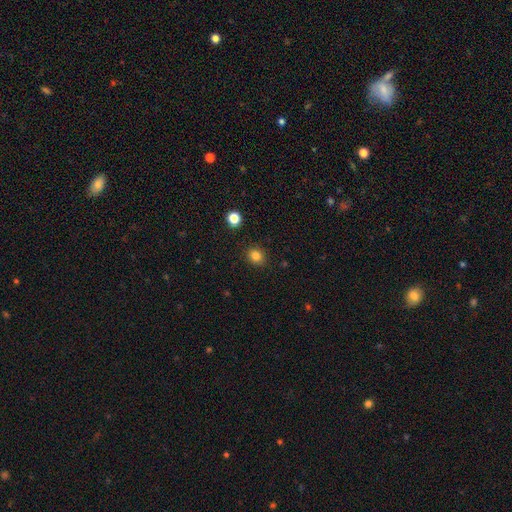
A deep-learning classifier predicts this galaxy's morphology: The model was most divided on "how rounded": round: 69%, in between: 30%, cigar-shaped: 1%. More confident: merging — none (88%); smooth or featured — smooth (83%).